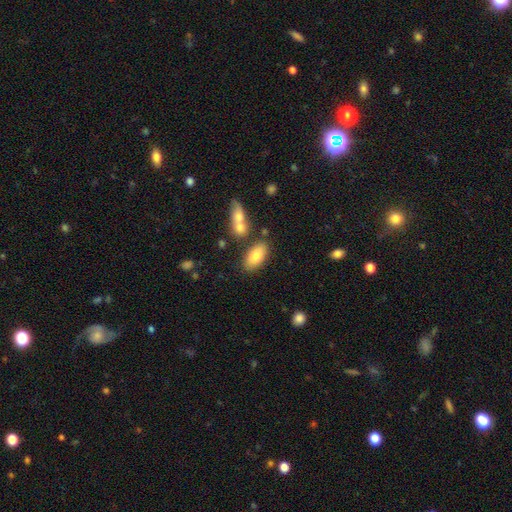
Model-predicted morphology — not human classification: Smooth or featured? Predicted: smooth (p=0.76). How rounded? Predicted: in between (p=0.90). Merging? Predicted: none (p=0.72).